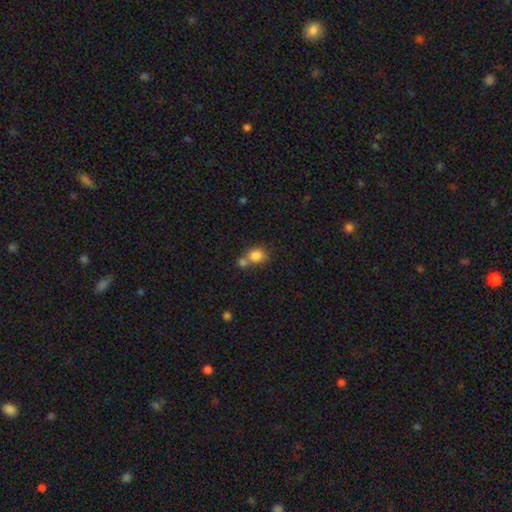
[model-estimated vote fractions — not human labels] This is clearly a smooth galaxy (83%). How rounded: likely round (61%). Merging: marginally merger (44%).